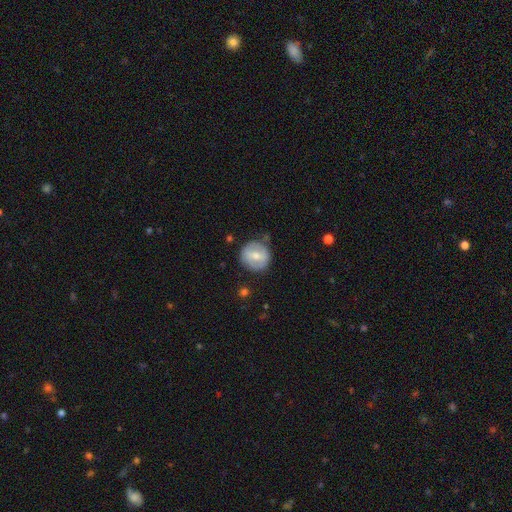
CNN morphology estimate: smooth-or-featured: smooth: 49% | featured or disk: 44% | star or artifact: 6%
  merging: none: 76% | minor disturbance: 17% | major disturbance: 5% | merger: 2%